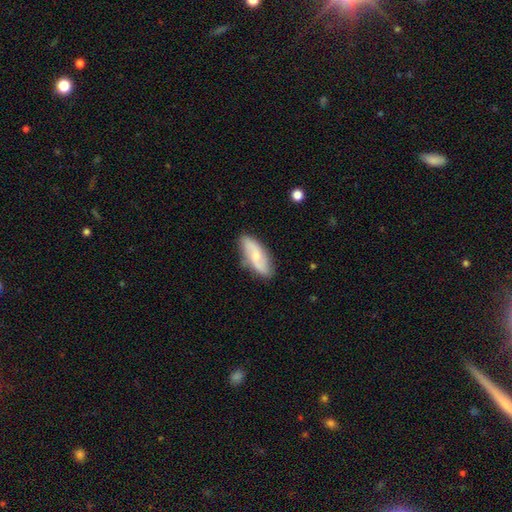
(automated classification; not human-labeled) Q: Smooth or featured?
A: featured or disk (55%); runner-up: smooth (39%)
Q: Edge-on disk?
A: no (88%); runner-up: yes (12%)
Q: Merging?
A: none (78%); runner-up: minor disturbance (17%)